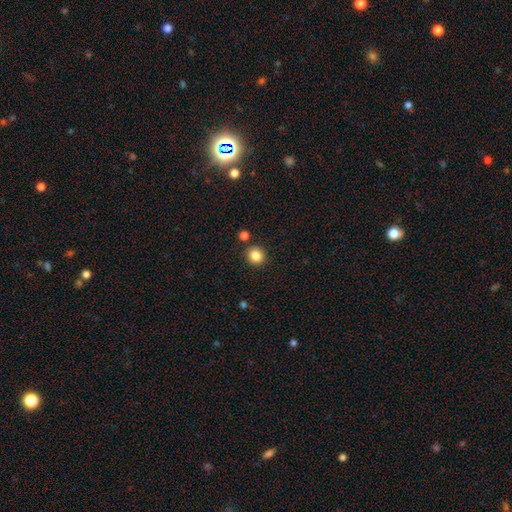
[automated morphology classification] Smooth or featured: smooth — 85% (star or artifact — 11%)
How rounded: round — 83% (in between — 16%)
Merging: none — 85% (minor disturbance — 7%)